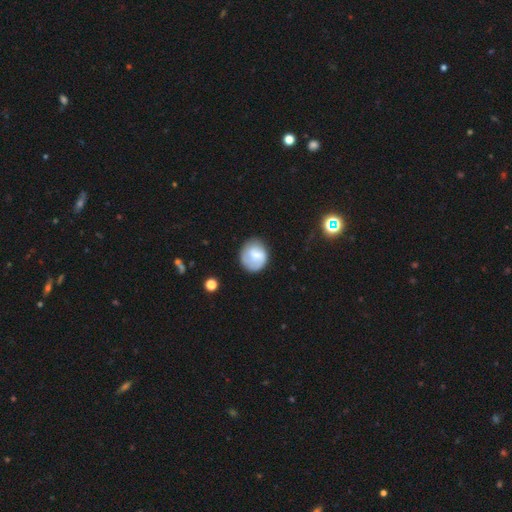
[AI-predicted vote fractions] Smooth or featured? Predicted: smooth (p=0.63). How rounded? Predicted: round (p=0.74). Merging? Predicted: none (p=0.69).